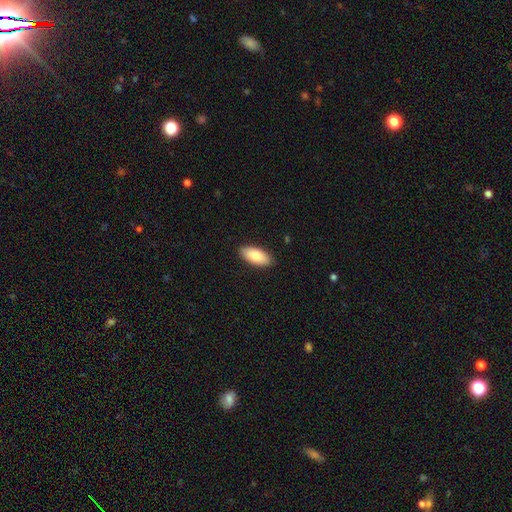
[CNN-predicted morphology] smooth-or-featured: smooth: 83% | featured or disk: 11% | star or artifact: 6%
  how-rounded: in between: 89% | cigar-shaped: 9% | round: 2%
  merging: none: 89% | minor disturbance: 9% | major disturbance: 2% | merger: 1%